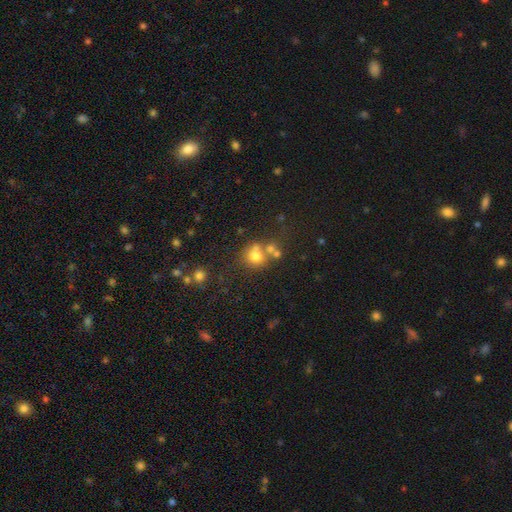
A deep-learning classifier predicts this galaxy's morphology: Smooth or featured? smooth (70%)
How rounded? round (83%)
Merging? none (53%)